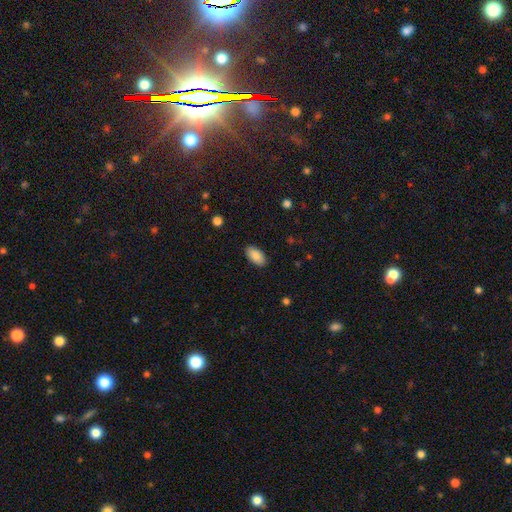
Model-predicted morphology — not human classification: Q: Smooth or featured?
A: smooth (88%); runner-up: star or artifact (7%)
Q: How rounded?
A: in between (95%); runner-up: round (3%)
Q: Merging?
A: none (88%); runner-up: minor disturbance (9%)